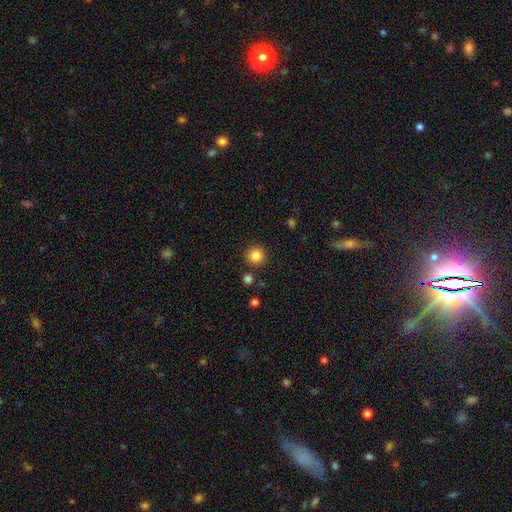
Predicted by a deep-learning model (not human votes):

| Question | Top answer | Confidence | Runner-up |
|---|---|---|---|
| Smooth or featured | smooth | 85% | star or artifact (11%) |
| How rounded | round | 94% | in between (5%) |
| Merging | none | 89% | minor disturbance (6%) |